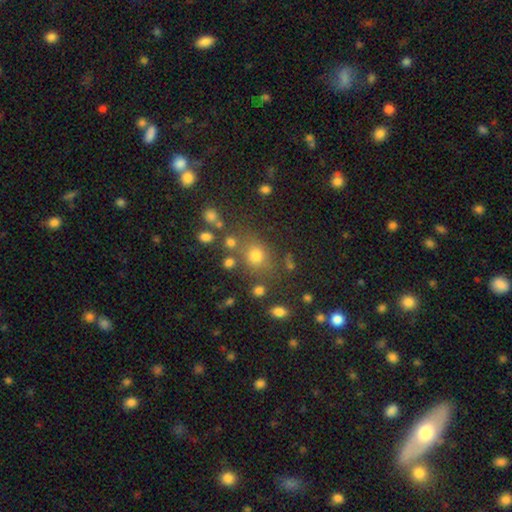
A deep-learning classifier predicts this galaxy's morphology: A smooth galaxy with no disk features (69%) that is round (73%).

Vote fractions:
- Smooth or featured? smooth: 69% / star or artifact: 21% / featured or disk: 10%
- How rounded? round: 73% / in between: 25% / cigar-shaped: 1%
- Merging? none: 70% / minor disturbance: 13% / merger: 11% / major disturbance: 6%